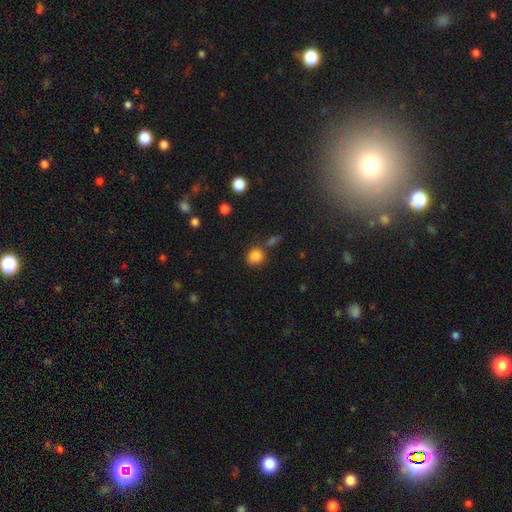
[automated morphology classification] This appears to be a smooth galaxy with no disk features (84%) that is round (78%). Merging: none (71%).